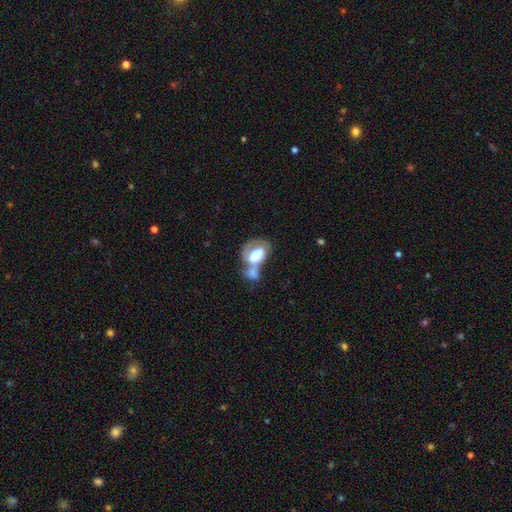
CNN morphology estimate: A smooth galaxy with no disk features (59%) that is in between round and cigar-shaped (86%). Merging: merger (59%).